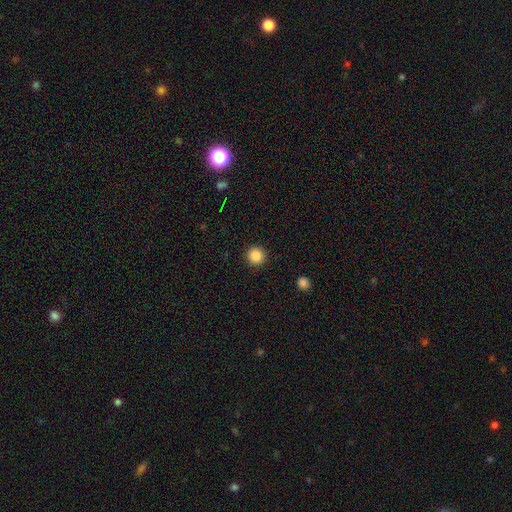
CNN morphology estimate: smooth-or-featured: smooth: 86% | star or artifact: 10% | featured or disk: 3%
  how-rounded: round: 95% | in between: 4% | cigar-shaped: 1%
  merging: none: 92% | minor disturbance: 5% | major disturbance: 2% | merger: 1%